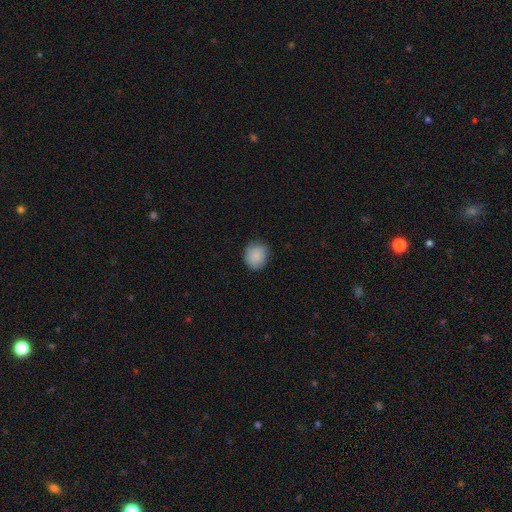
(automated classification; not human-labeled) Smooth or featured? Predicted: smooth (p=0.80). How rounded? Predicted: round (p=0.73). Merging? Predicted: none (p=0.82).